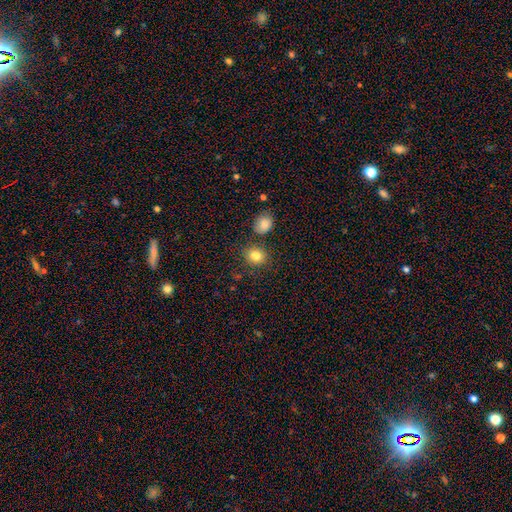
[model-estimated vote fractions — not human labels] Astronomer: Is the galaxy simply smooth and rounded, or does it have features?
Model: smooth — 82%.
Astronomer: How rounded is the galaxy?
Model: round — 68%.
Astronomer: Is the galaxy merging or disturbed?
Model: none — 79%.